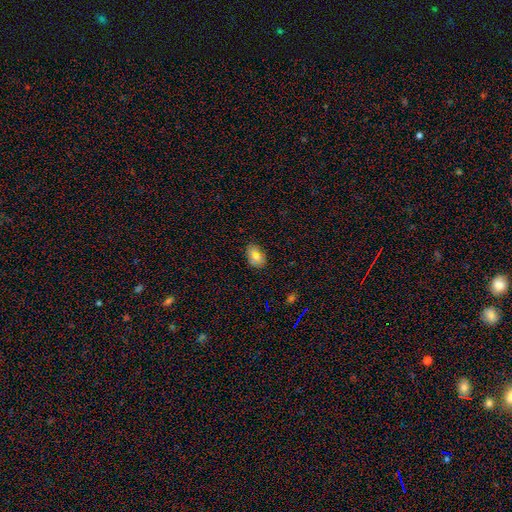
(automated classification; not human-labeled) smooth 72%, star or artifact 16%, featured or disk 12%. Down the decision tree: how rounded — in between (81%); merging — none (85%).